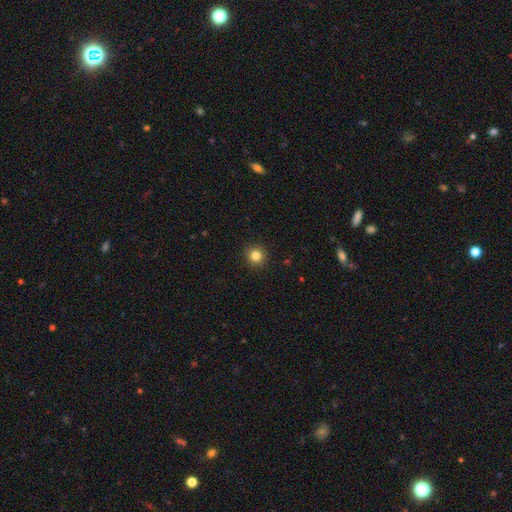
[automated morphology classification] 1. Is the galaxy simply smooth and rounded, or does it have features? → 83% smooth, 12% star or artifact, 5% featured or disk.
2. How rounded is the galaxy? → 94% round, 5% in between, 1% cigar-shaped.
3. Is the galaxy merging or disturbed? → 92% none, 5% minor disturbance, 2% major disturbance, 1% merger.